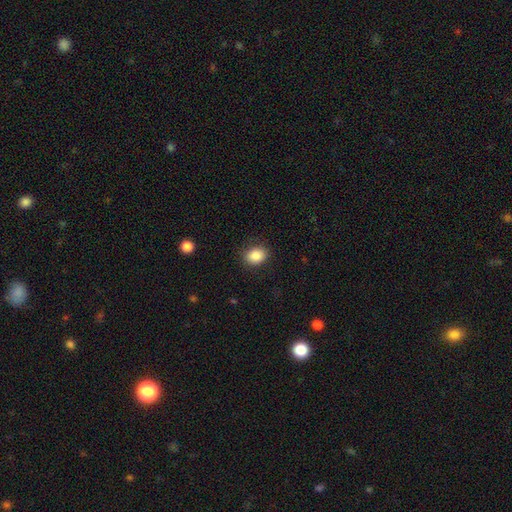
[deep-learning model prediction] Smooth or featured? smooth (86%)
How rounded? in between (57%)
Merging? none (86%)